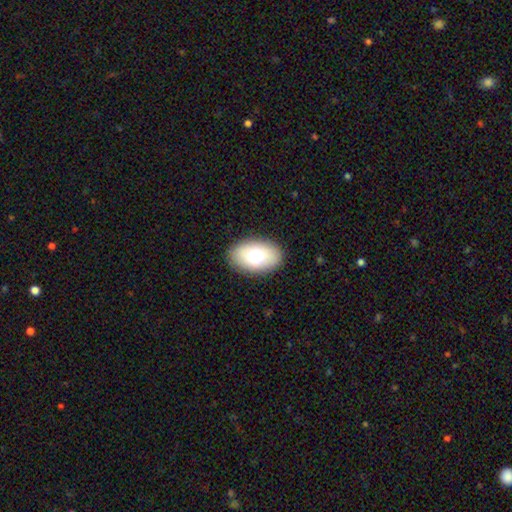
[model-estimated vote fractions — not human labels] Smooth or featured?
  - smooth: 72% *
  - featured or disk: 20%
  - star or artifact: 8%
How rounded?
  - in between: 89% *
  - round: 10%
  - cigar-shaped: 1%
Merging?
  - none: 87% *
  - minor disturbance: 9%
  - major disturbance: 3%
  - merger: 1%